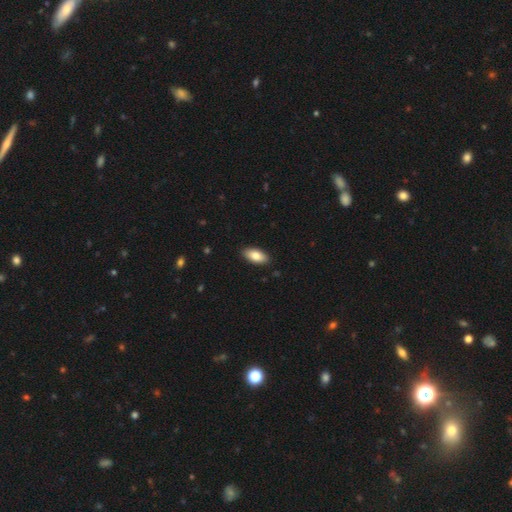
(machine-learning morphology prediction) Q: Smooth or featured?
A: smooth (84%); runner-up: featured or disk (10%)
Q: How rounded?
A: in between (91%); runner-up: cigar-shaped (6%)
Q: Merging?
A: none (89%); runner-up: minor disturbance (8%)